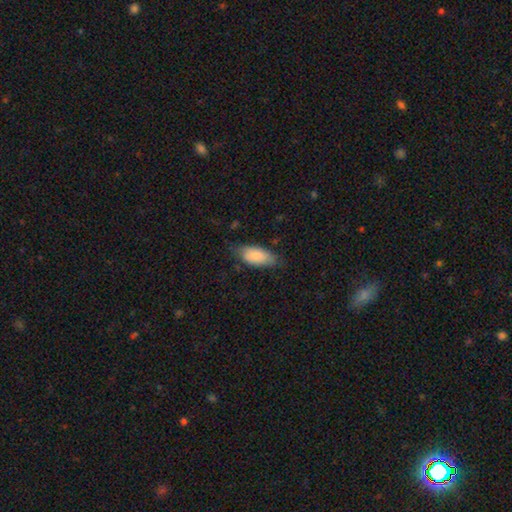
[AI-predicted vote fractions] Overall: smooth (84%). How rounded: in between (89%). Merging: none (61%; minor disturbance 30%).